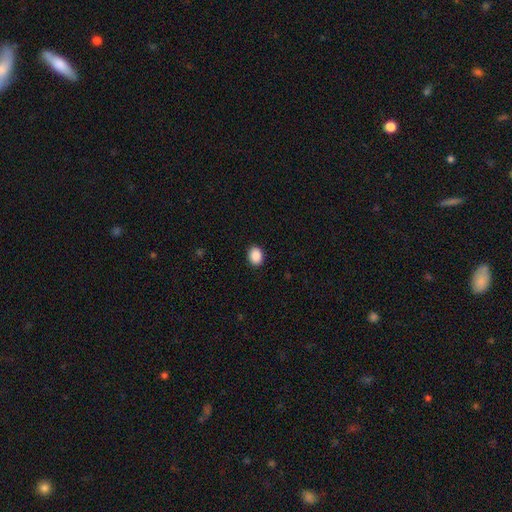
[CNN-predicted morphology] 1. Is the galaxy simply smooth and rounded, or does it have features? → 89% smooth, 8% star or artifact, 3% featured or disk.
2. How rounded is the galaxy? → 56% in between, 44% round, 1% cigar-shaped.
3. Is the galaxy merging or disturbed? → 91% none, 6% minor disturbance, 2% major disturbance, 1% merger.